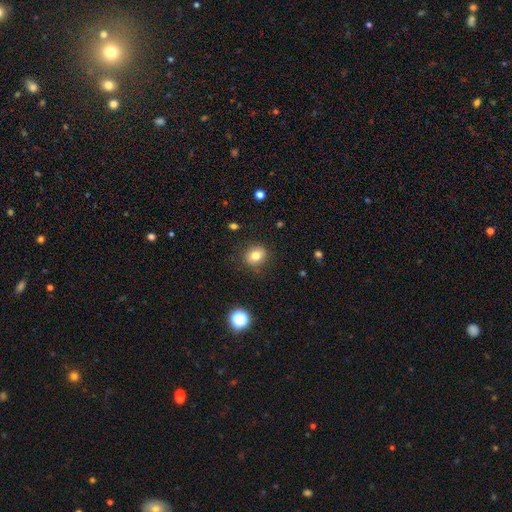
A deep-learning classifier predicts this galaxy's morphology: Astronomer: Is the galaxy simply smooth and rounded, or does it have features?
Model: smooth — 79%.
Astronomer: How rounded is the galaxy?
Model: round — 71%.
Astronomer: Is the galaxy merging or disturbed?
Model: none — 85%.